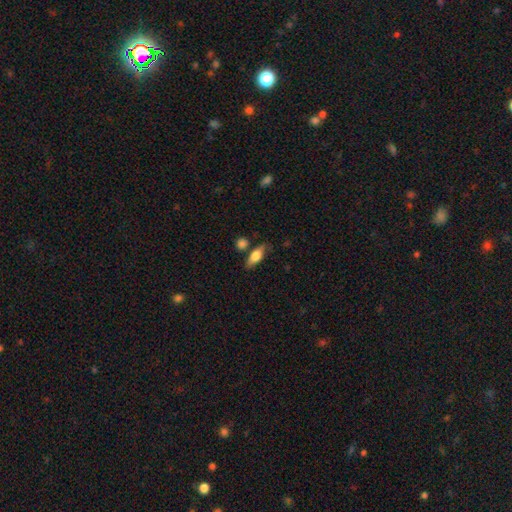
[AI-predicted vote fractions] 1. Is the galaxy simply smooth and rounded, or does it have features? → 67% smooth, 26% featured or disk, 7% star or artifact.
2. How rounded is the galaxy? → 72% in between, 23% cigar-shaped, 6% round.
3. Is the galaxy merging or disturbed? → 73% none, 16% minor disturbance, 7% merger, 4% major disturbance.